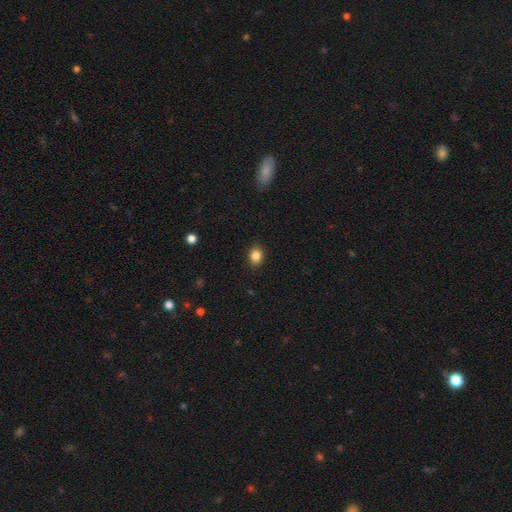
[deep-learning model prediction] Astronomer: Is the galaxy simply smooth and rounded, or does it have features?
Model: smooth — 85%.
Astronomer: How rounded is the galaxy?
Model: round — 50% (runner-up: in between, 49%).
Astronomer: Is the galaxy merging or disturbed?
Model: none — 89%.